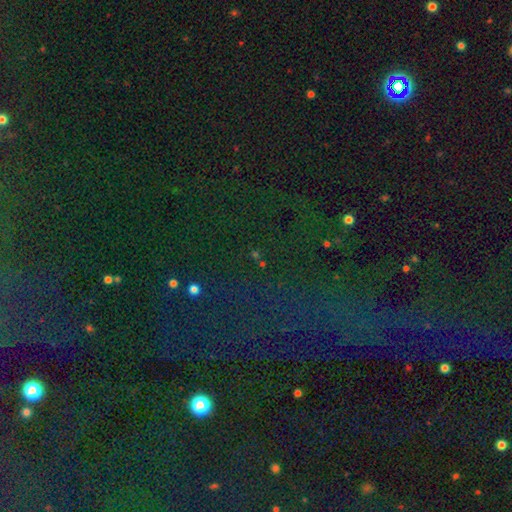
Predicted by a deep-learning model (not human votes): star or artifact 80%, smooth 12%, featured or disk 8%.